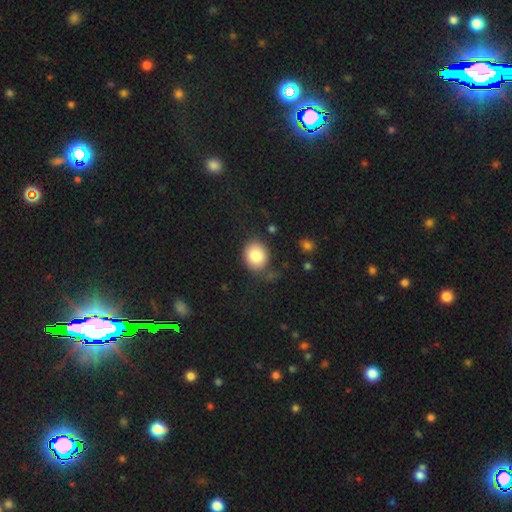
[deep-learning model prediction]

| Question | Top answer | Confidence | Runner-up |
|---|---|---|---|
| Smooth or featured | smooth | 85% | star or artifact (8%) |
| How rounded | round | 66% | in between (33%) |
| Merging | none | 75% | minor disturbance (16%) |